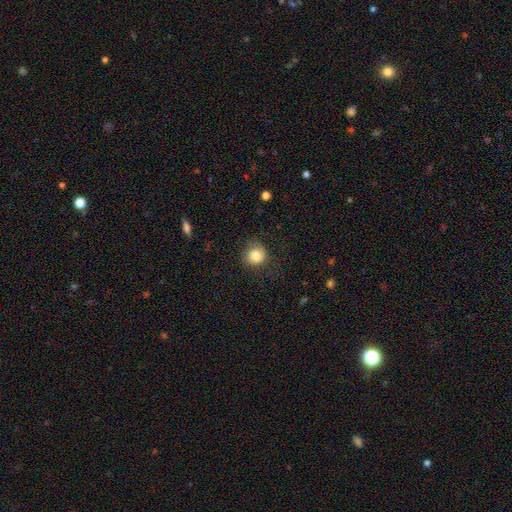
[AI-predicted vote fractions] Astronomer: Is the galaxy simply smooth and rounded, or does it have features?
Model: smooth — 83%.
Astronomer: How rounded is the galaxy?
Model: round — 87%.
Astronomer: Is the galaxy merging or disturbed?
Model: none — 74%.